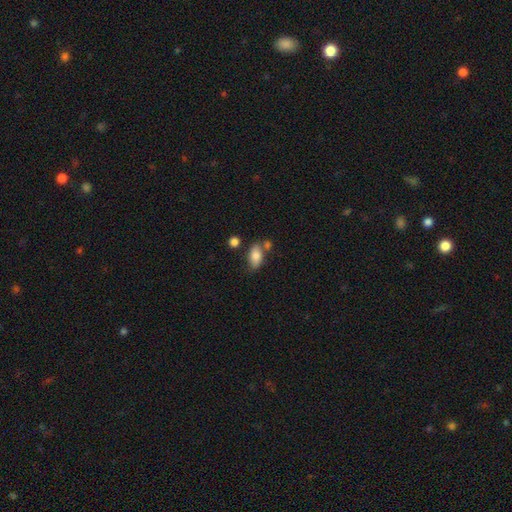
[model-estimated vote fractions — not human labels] smooth 79%, featured or disk 13%, star or artifact 8%. Down the decision tree: how rounded — in between (89%); merging — none (62%).